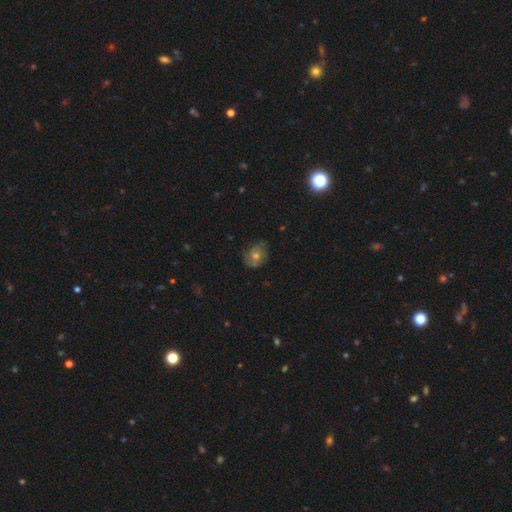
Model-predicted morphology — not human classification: The model was most divided on "smooth or featured": featured or disk: 52%, smooth: 30%, star or artifact: 18%. More confident: edge-on disk — no (95%); merging — none (76%).